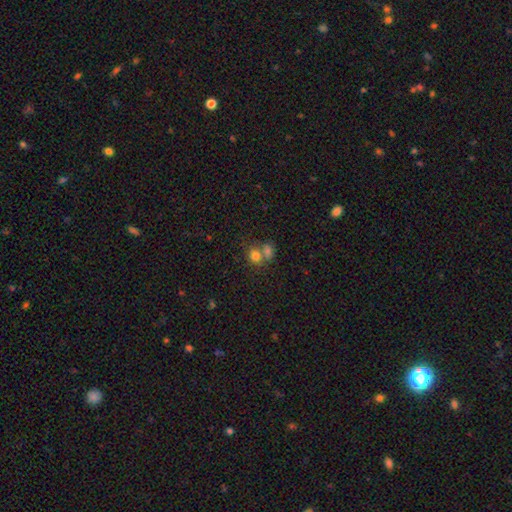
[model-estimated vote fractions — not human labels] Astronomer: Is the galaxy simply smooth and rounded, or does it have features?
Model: smooth — 76%.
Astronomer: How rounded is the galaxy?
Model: round — 65%.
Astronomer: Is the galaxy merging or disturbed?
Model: merger — 56% (runner-up: none, 33%).